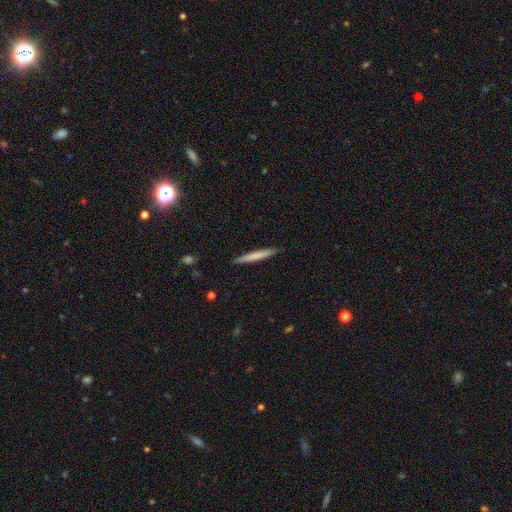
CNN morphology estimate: Overall: smooth (71%). How rounded: cigar-shaped (96%). Merging: none (91%).